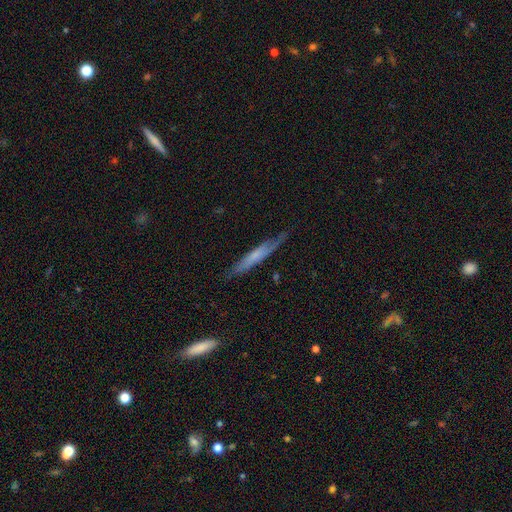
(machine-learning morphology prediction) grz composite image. It shows a smooth galaxy with no disk features (49%). Merging: none (74%).